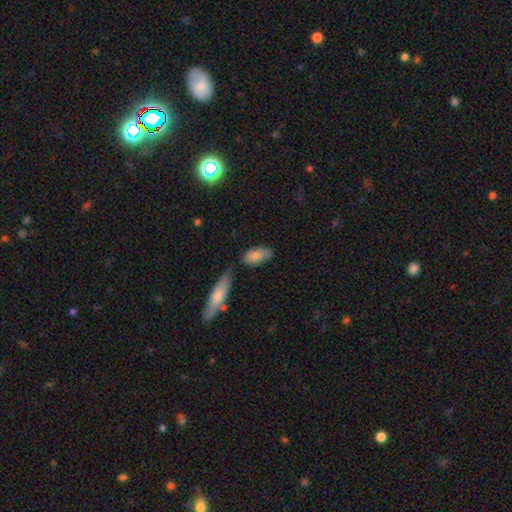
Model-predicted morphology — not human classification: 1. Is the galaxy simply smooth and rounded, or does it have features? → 82% smooth, 11% featured or disk, 7% star or artifact.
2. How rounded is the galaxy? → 87% in between, 10% cigar-shaped, 2% round.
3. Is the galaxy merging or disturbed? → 60% none, 22% minor disturbance, 12% merger, 5% major disturbance.